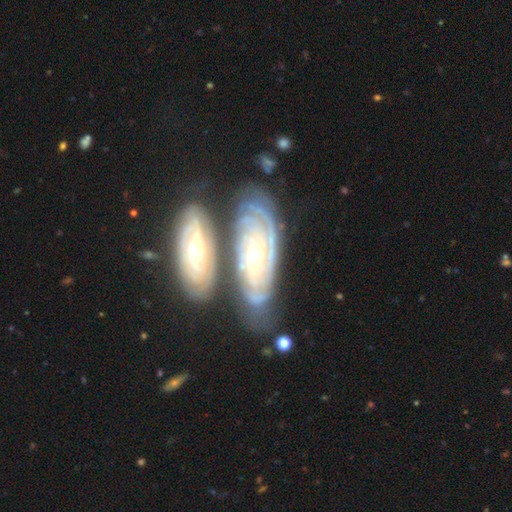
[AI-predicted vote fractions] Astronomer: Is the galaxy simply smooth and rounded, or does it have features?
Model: featured or disk — 88%.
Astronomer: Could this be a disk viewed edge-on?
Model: no — 91%.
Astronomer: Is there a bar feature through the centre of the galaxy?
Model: no — 66%.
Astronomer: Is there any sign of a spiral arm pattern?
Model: yes — 96%.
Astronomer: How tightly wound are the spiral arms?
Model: tight — 83%.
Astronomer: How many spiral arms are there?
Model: can't tell — 34% (runner-up: 3, 23%).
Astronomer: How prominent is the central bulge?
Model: moderate — 59% (runner-up: small, 36%).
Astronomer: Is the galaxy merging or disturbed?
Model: none — 57%.